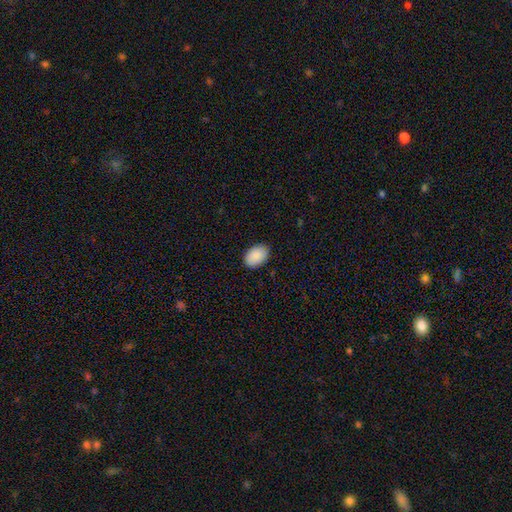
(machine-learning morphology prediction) type=smooth (90%); roundness=in between (85%); merging=none (83%).